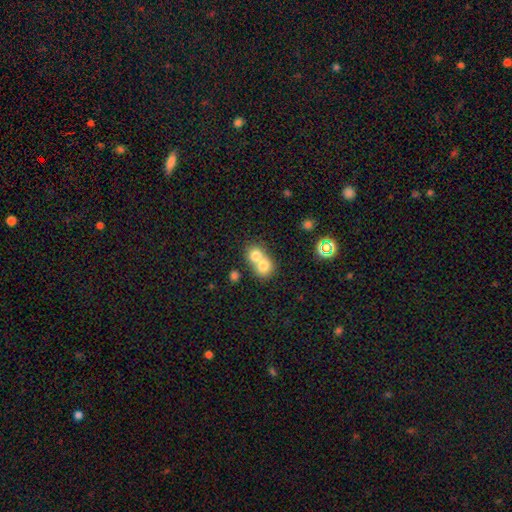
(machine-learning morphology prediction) smooth 75%, featured or disk 15%, star or artifact 10%. Down the decision tree: how rounded — round (74%); merging — merger (70%).